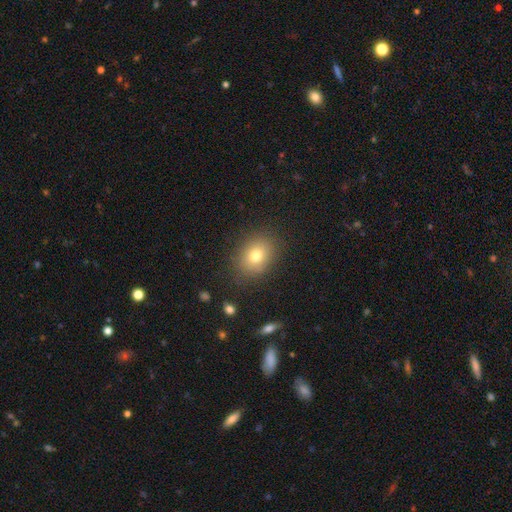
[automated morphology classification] smooth 75%, featured or disk 12%, star or artifact 12%. Down the decision tree: how rounded — in between (57%); merging — none (85%).